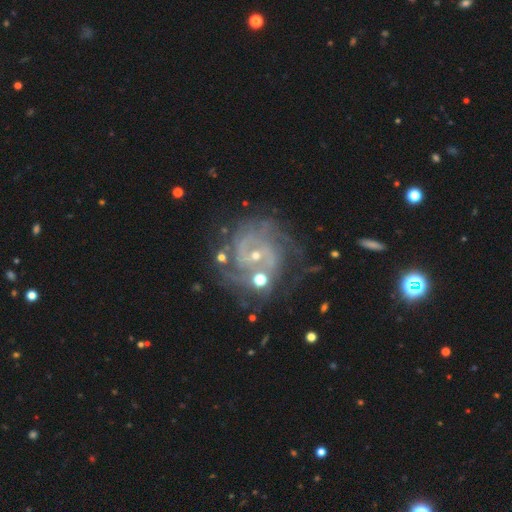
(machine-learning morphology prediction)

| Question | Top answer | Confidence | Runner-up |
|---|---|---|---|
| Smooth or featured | featured or disk | 87% | star or artifact (8%) |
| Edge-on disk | no | 98% | yes (2%) |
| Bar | no | 57% | weak (33%) |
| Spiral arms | yes | 96% | no (4%) |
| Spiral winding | tight | 61% | medium (33%) |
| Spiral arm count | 2 | 29% | can't tell (24%) |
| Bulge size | small | 72% | moderate (25%) |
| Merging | none | 61% | minor disturbance (19%) |